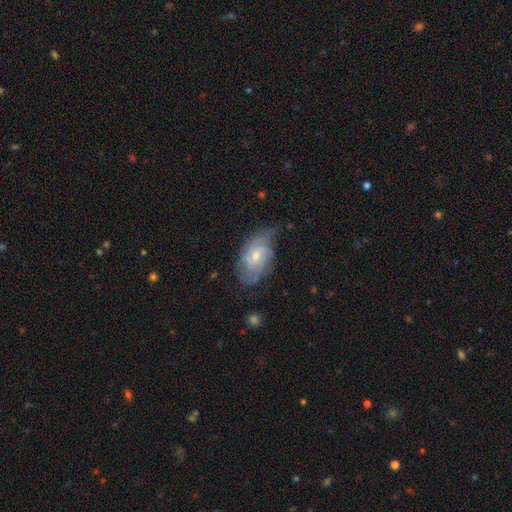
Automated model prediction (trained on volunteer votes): Overall: featured or disk (69%). Edge-on disk: no (94%). Bar: no (57%; weak 38%). Spiral arms: yes (89%). Spiral arm count: can't tell (37%; 2 36%). Spiral winding: tight (45%; medium 39%). Bulge size: moderate (51%; small 43%). Merging: none (60%; minor disturbance 28%).